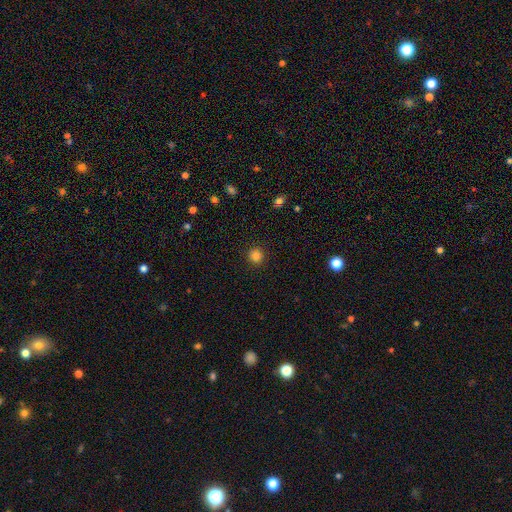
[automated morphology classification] Smooth or featured? smooth (84%)
How rounded? round (94%)
Merging? none (92%)